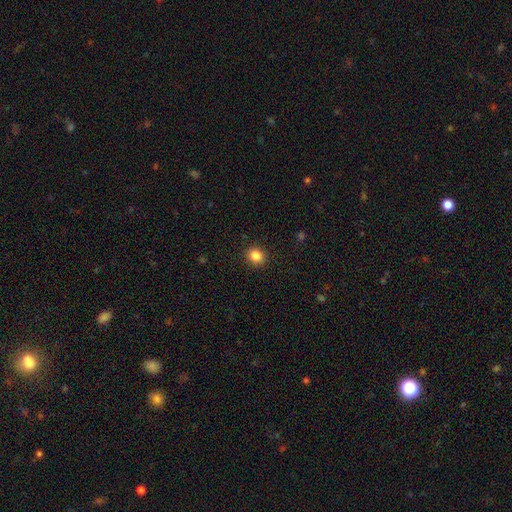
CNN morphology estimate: smooth 86%, star or artifact 10%, featured or disk 4%. Down the decision tree: how rounded — round (73%); merging — none (91%).